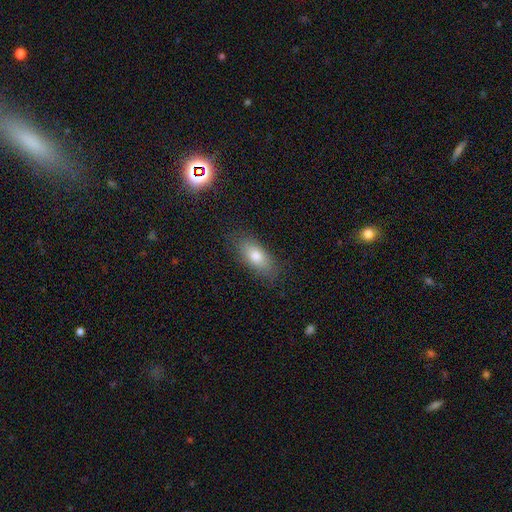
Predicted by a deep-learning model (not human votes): Morphology: type=smooth (77%); roundness=in between (81%); merging=none (84%).